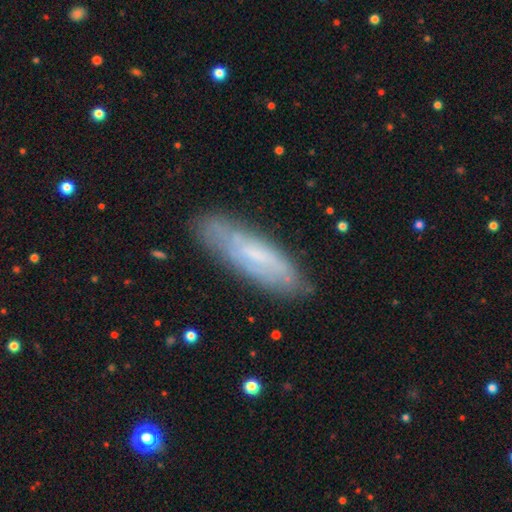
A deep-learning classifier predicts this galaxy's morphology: smooth-or-featured: smooth: 47% | featured or disk: 45% | star or artifact: 8%
  merging: none: 76% | minor disturbance: 18% | major disturbance: 4% | merger: 2%